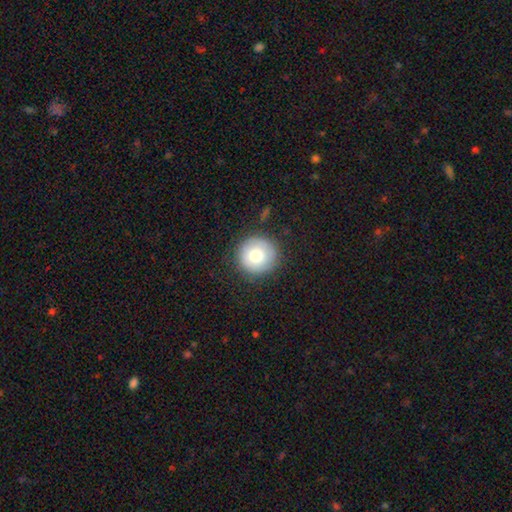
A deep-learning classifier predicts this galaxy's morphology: smooth 76%, featured or disk 15%, star or artifact 9%. Down the decision tree: how rounded — round (95%); merging — none (86%).